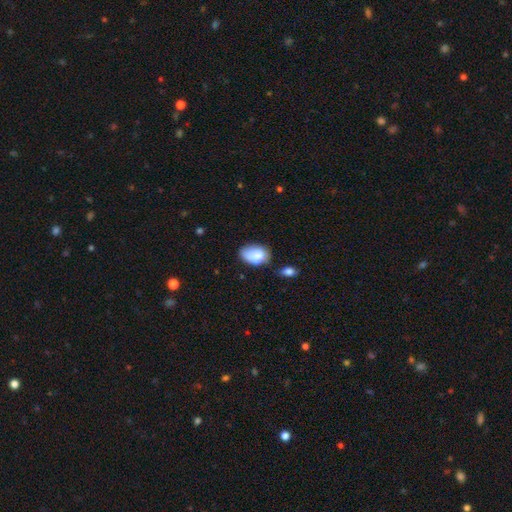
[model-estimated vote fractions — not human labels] A smooth galaxy with no disk features (84%) that is in between round and cigar-shaped (85%).

Vote fractions:
- Smooth or featured? smooth: 84% / featured or disk: 8% / star or artifact: 7%
- How rounded? in between: 85% / round: 14% / cigar-shaped: 1%
- Merging? none: 51% / minor disturbance: 33% / major disturbance: 8% / merger: 7%